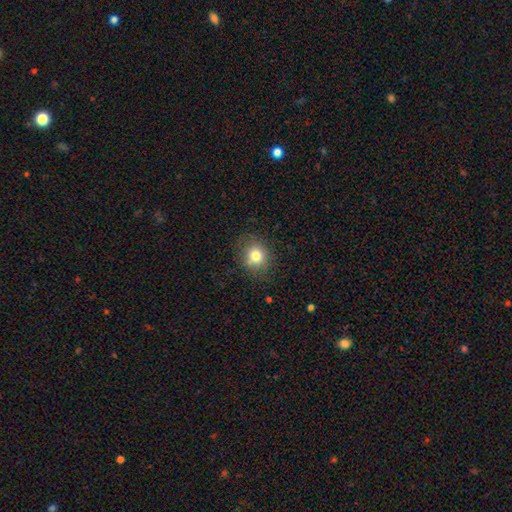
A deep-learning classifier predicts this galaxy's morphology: A smooth galaxy with no disk features (78%) that is round (70%).

Vote fractions:
- Smooth or featured? smooth: 78% / star or artifact: 12% / featured or disk: 10%
- How rounded? round: 70% / in between: 29% / cigar-shaped: 1%
- Merging? none: 80% / minor disturbance: 14% / major disturbance: 4% / merger: 2%